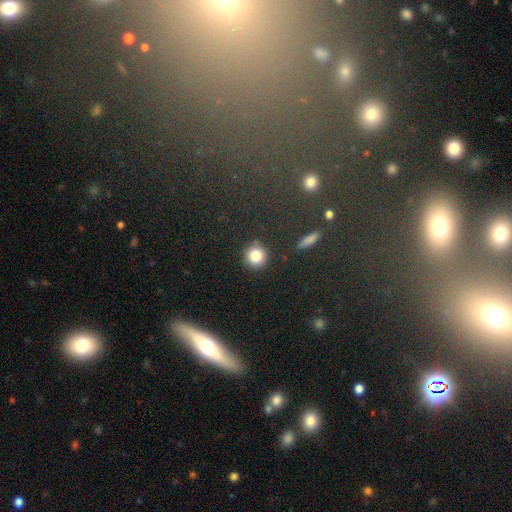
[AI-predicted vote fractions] Smooth or featured? smooth (82%)
How rounded? round (92%)
Merging? none (87%)